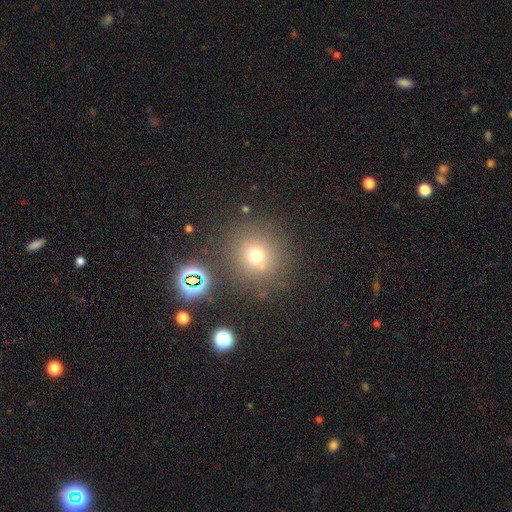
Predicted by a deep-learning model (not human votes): Overall: smooth (67%). How rounded: round (92%). Merging: none (80%).